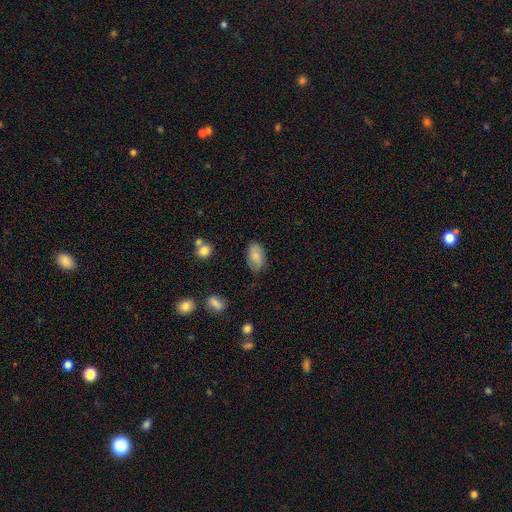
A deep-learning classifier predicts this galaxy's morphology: smooth_or_featured: smooth (p=0.76) [alt: featured or disk p=0.16]
how_rounded: in between (p=0.92) [alt: round p=0.06]
merging: none (p=0.76) [alt: minor disturbance p=0.18]